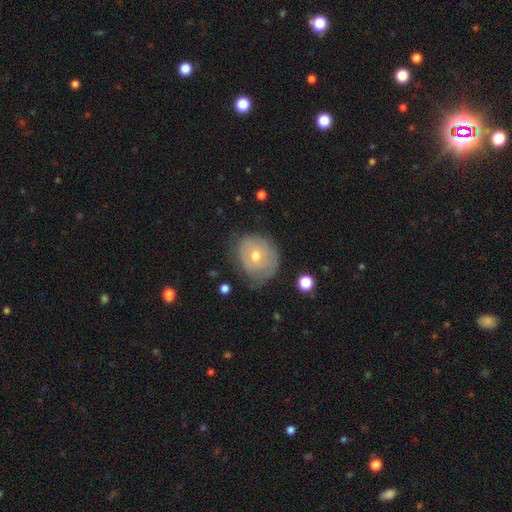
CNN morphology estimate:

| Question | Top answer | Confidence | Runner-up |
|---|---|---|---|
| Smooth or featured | smooth | 51% | featured or disk (40%) |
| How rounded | round | 72% | in between (27%) |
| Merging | none | 58% | minor disturbance (30%) |